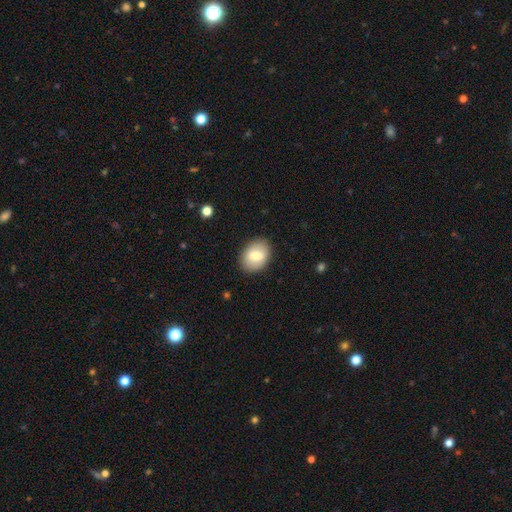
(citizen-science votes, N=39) Smooth or featured? 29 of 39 (74%) said smooth. How rounded? 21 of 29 (72%) said in between. Merging? 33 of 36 (92%) said none.